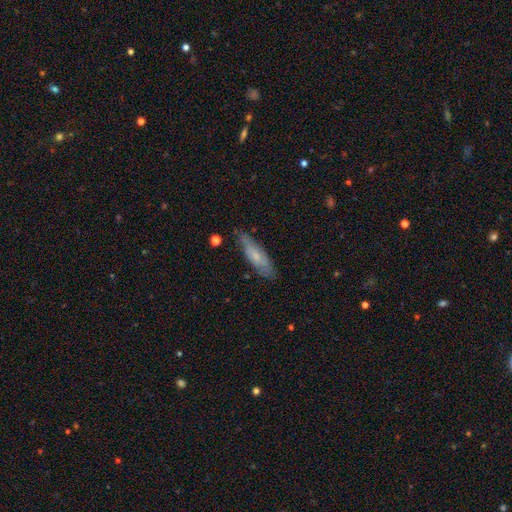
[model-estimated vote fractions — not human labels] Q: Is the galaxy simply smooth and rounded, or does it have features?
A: smooth — 55%.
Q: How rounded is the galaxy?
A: cigar-shaped — 60%.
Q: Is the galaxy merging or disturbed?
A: none — 73%.